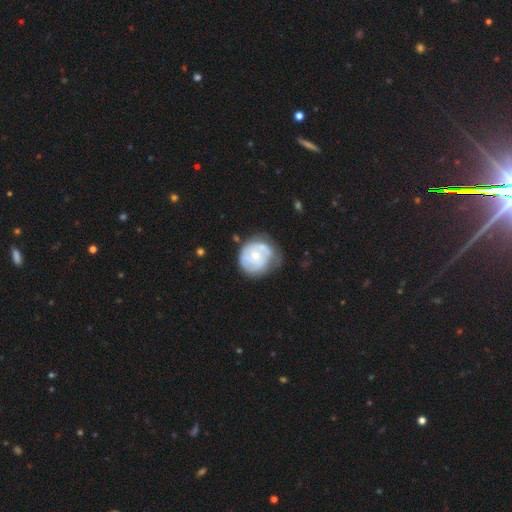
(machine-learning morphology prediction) Smooth or featured? Predicted: featured or disk (p=0.69). Edge-on disk? Predicted: no (p=0.98). Bar? Predicted: no (p=0.74). Spiral arms? Predicted: yes (p=0.81). Spiral winding? Predicted: tight (p=0.60). Spiral arm count? Predicted: can't tell (p=0.36). Bulge size? Predicted: small (p=0.50). Merging? Predicted: none (p=0.51).